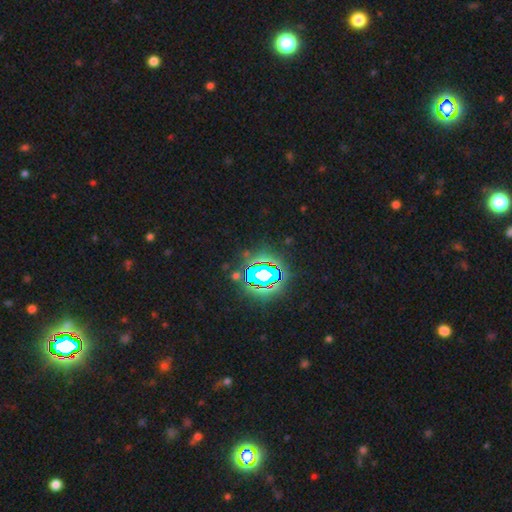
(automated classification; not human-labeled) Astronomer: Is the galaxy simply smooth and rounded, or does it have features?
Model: star or artifact — 84%.